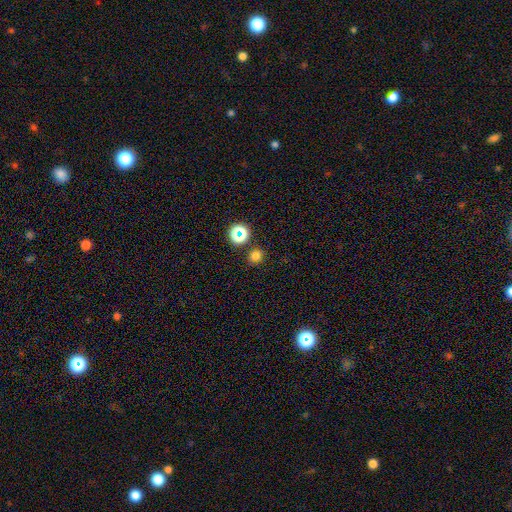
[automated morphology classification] The model was most divided on "smooth or featured": smooth: 73%, star or artifact: 22%, featured or disk: 5%. More confident: how rounded — round (86%); merging — none (84%).